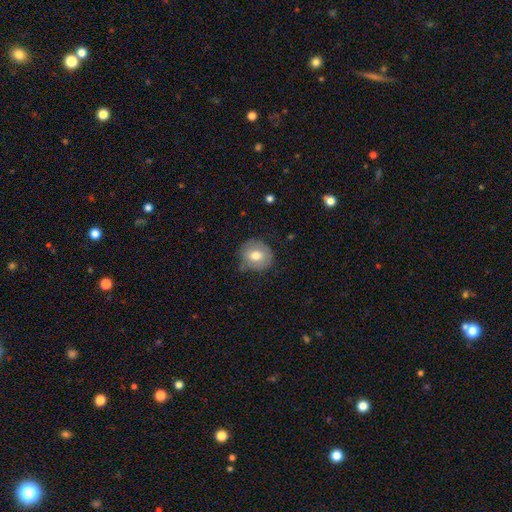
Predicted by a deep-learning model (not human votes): This appears to be a smooth galaxy with no disk features (71%) that is round (81%). Merging: none (68%).